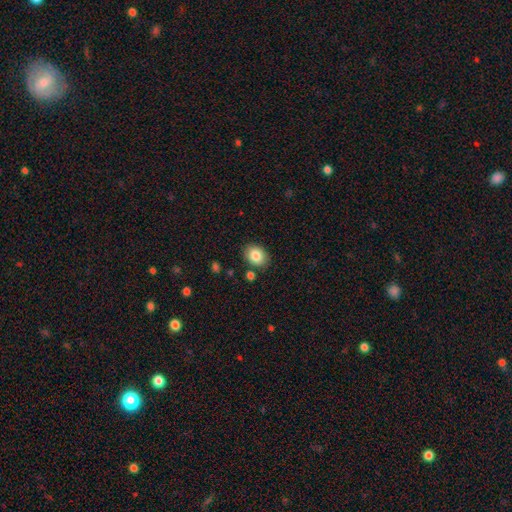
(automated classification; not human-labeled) The model was most divided on "how rounded": in between: 55%, round: 44%, cigar-shaped: 1%. More confident: merging — none (85%); smooth or featured — smooth (84%).